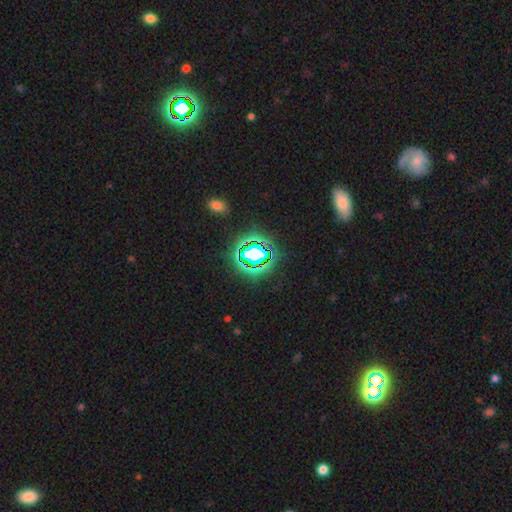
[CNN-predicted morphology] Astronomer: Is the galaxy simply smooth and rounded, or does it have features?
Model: star or artifact — 71%.